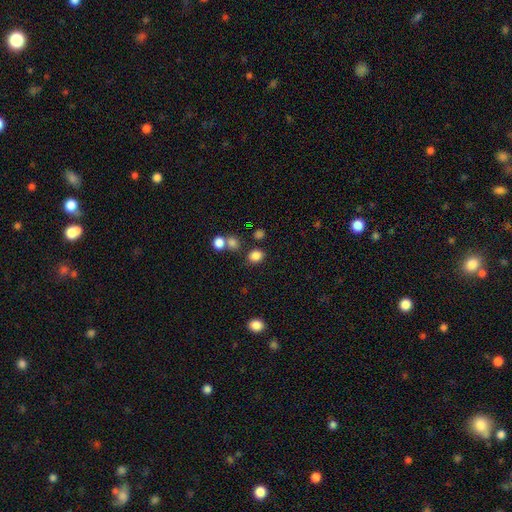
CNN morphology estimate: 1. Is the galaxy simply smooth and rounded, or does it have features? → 82% smooth, 13% star or artifact, 5% featured or disk.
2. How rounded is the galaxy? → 60% round, 39% in between, 1% cigar-shaped.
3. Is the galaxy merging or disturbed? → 76% none, 10% minor disturbance, 10% merger, 4% major disturbance.